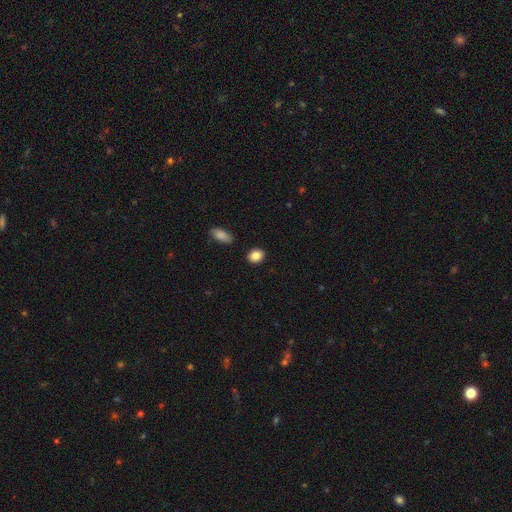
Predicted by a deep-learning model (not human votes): smooth 87%, star or artifact 9%, featured or disk 5%. Down the decision tree: how rounded — round (51%); merging — none (88%).